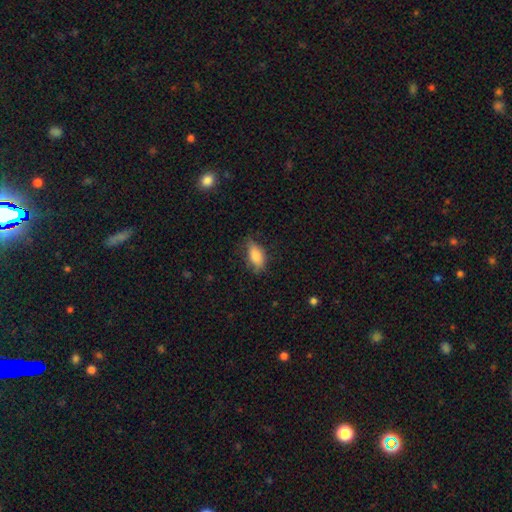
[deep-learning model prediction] This appears to be a smooth galaxy with no disk features (82%) that is in between round and cigar-shaped (87%). Merging: none (68%).